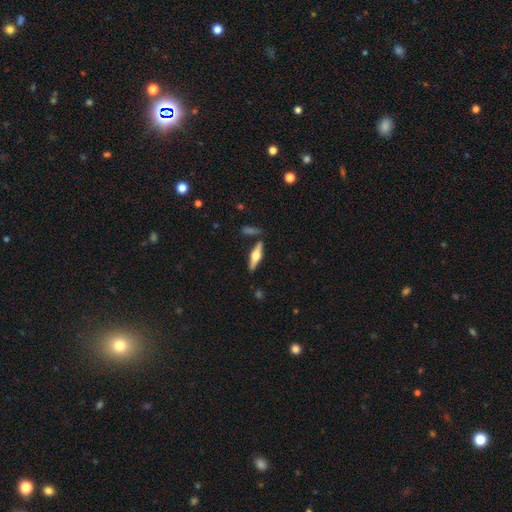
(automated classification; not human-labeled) smooth-or-featured: featured or disk: 64% | smooth: 31% | star or artifact: 6%
  disk-edge-on: yes: 95% | no: 5%
    edge-on-bulge: rounded: 94% | boxy: 4% | none: 2%
  merging: none: 84% | minor disturbance: 10% | merger: 4% | major disturbance: 2%